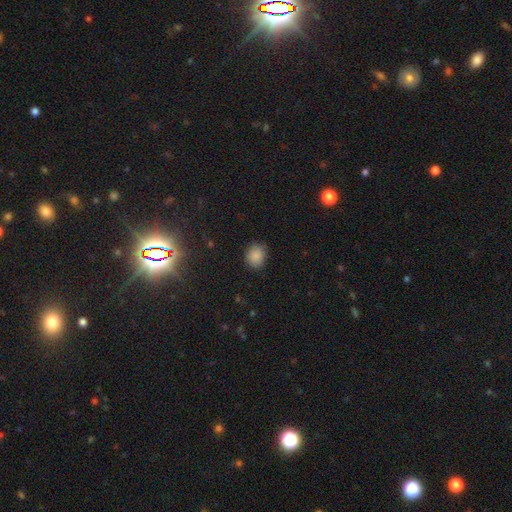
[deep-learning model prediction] A smooth galaxy with no disk features (86%) that is round (67%). Merging: none (84%).